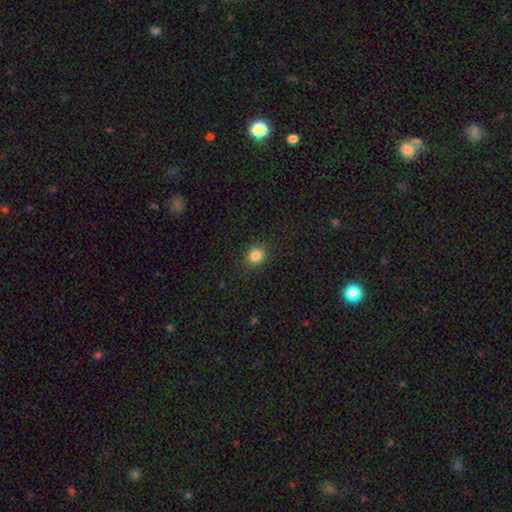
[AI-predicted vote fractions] The model was most divided on "how rounded": round: 78%, in between: 21%, cigar-shaped: 1%. More confident: merging — none (88%); smooth or featured — smooth (84%).